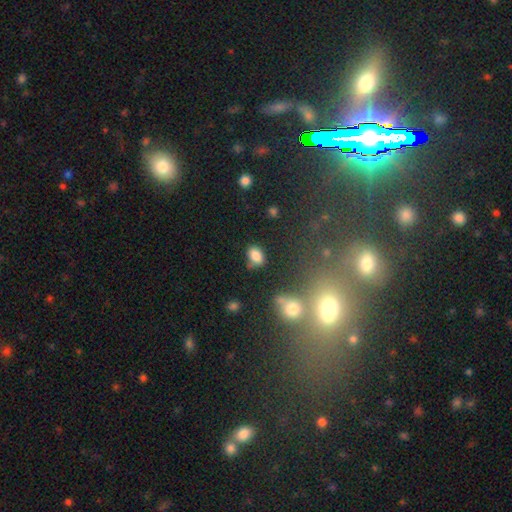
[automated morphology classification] smooth 83%, star or artifact 10%, featured or disk 7%. Down the decision tree: how rounded — in between (81%); merging — none (67%).